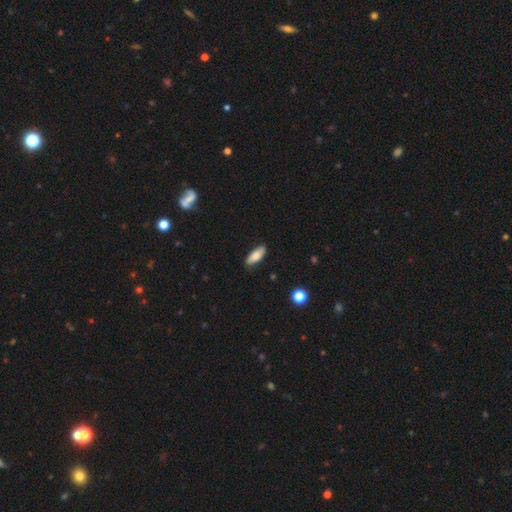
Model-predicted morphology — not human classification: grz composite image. It shows a smooth galaxy with no disk features (80%) that is in between round and cigar-shaped (72%). Merging: none (84%).